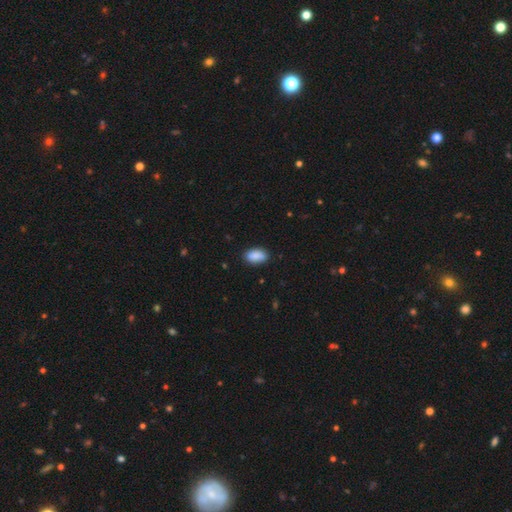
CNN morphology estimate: Overall: smooth (89%). How rounded: in between (93%). Merging: none (84%).